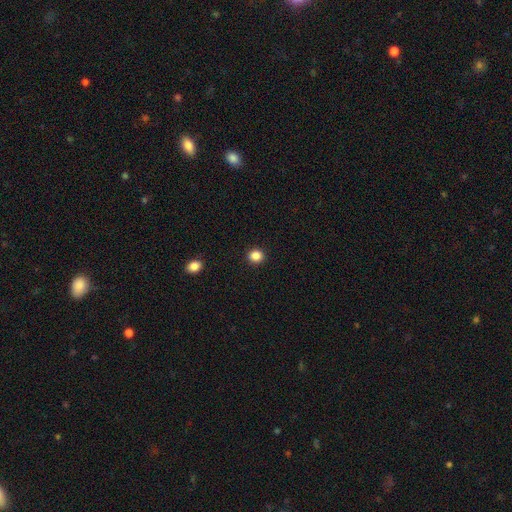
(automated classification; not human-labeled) Smooth or featured? smooth (86%)
How rounded? round (86%)
Merging? none (93%)